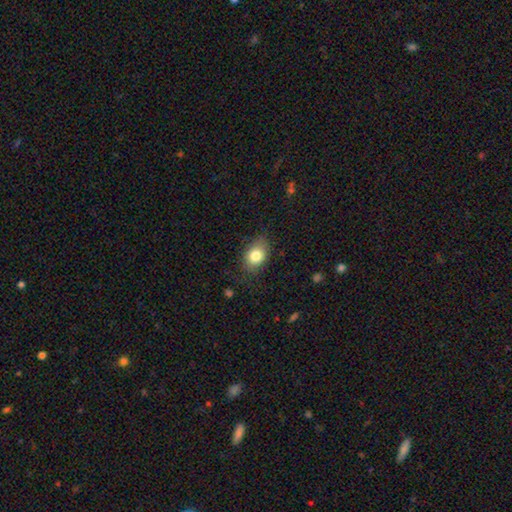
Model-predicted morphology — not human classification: Overall: smooth (81%). How rounded: in between (74%). Merging: none (74%).